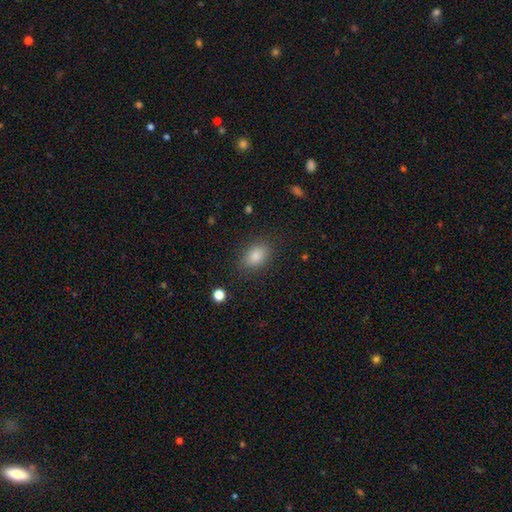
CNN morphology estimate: A smooth galaxy with no disk features (83%) that is in between round and cigar-shaped (81%). Merging: none (85%).